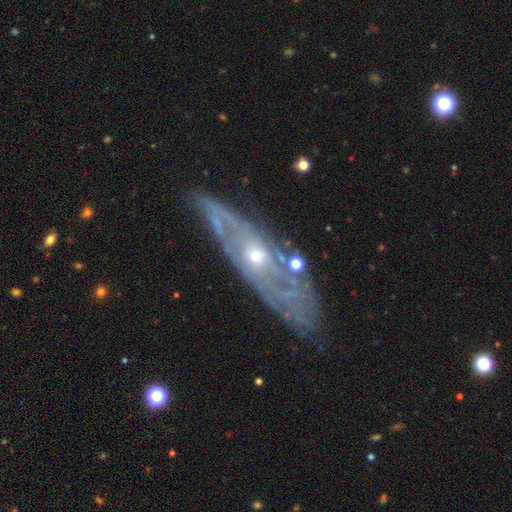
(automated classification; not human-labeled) Overall: featured or disk (83%). Edge-on disk: no (72%). Bar: no (75%). Spiral arms: yes (83%). Bulge size: small (51%; moderate 45%). Merging: none (78%).